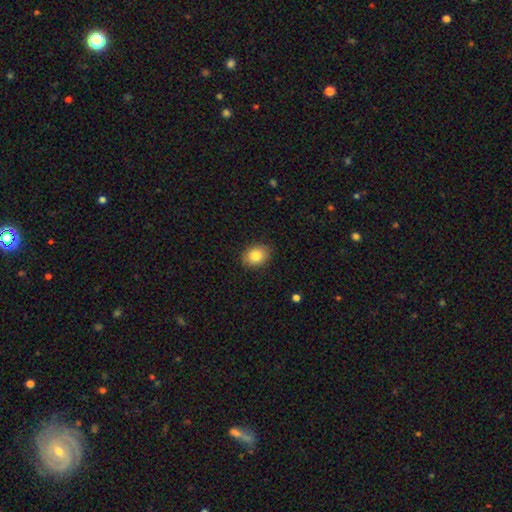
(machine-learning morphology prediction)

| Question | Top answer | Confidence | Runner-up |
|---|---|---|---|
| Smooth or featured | smooth | 84% | star or artifact (8%) |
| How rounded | in between | 61% | round (38%) |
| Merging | none | 87% | minor disturbance (10%) |